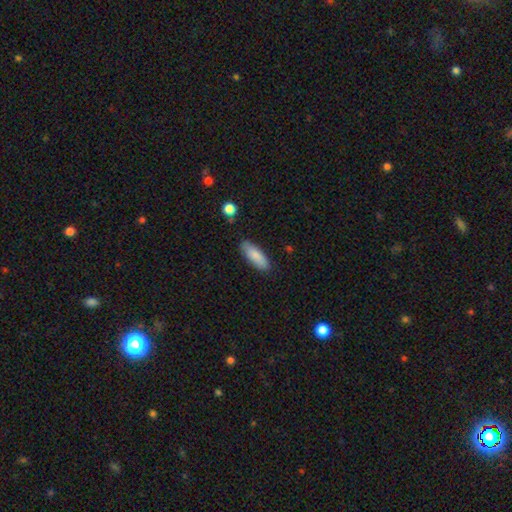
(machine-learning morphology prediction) This is clearly a smooth galaxy (85%). How rounded: likely in between (66%). Merging: clearly none (83%).